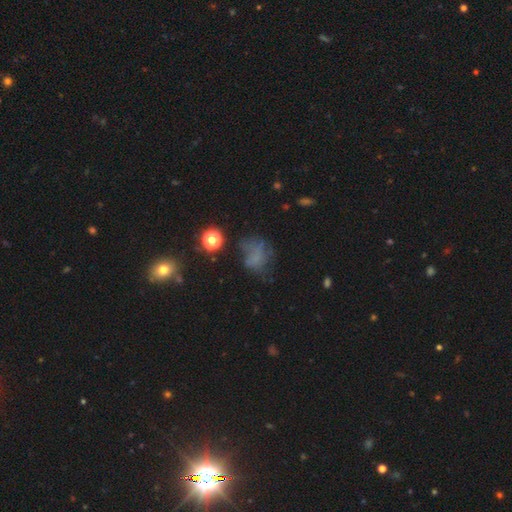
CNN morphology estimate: A smooth galaxy with no disk features (50%). Merging: none (39%).